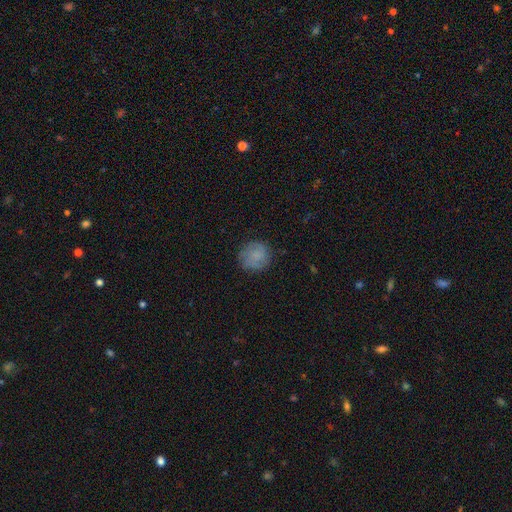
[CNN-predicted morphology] smooth-or-featured: smooth: 74% | featured or disk: 17% | star or artifact: 8%
  how-rounded: round: 87% | in between: 12% | cigar-shaped: 1%
  merging: none: 80% | minor disturbance: 15% | major disturbance: 5% | merger: 1%